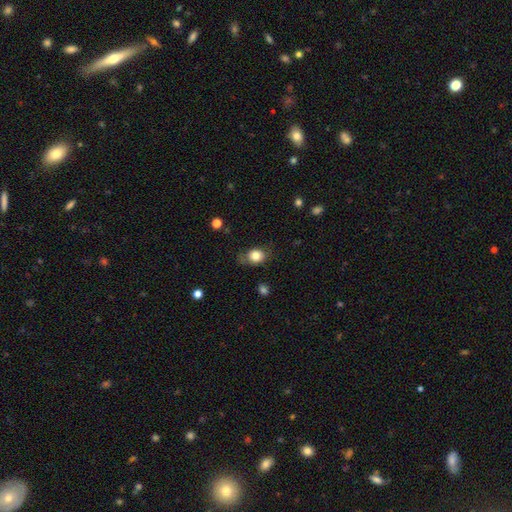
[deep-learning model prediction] smooth-or-featured: smooth: 80% | featured or disk: 11% | star or artifact: 9%
  how-rounded: in between: 50% | round: 49% | cigar-shaped: 1%
  merging: none: 66% | minor disturbance: 24% | major disturbance: 8% | merger: 2%